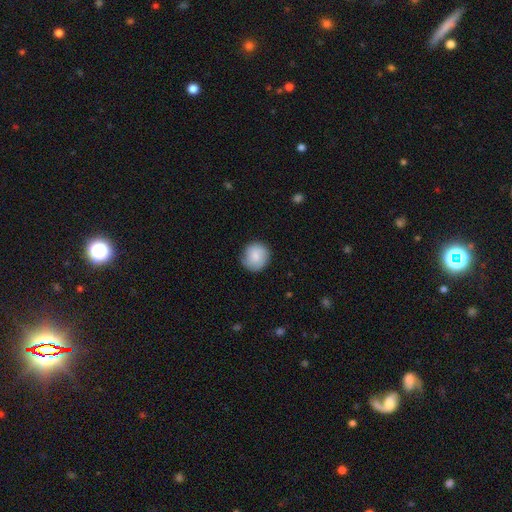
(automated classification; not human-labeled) Smooth or featured: smooth — 83% (featured or disk — 11%)
How rounded: round — 89% (in between — 10%)
Merging: none — 81% (minor disturbance — 15%)